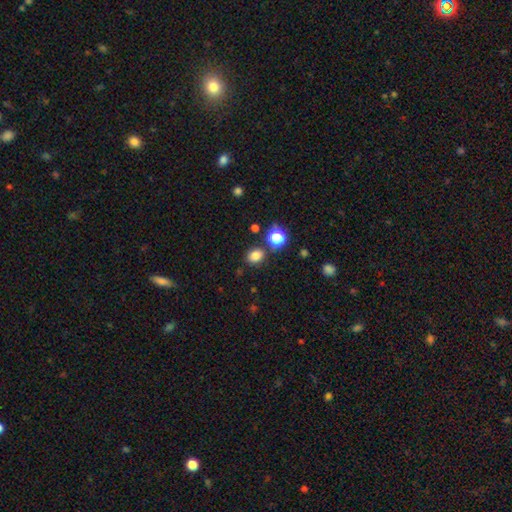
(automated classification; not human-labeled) Smooth or featured? Predicted: smooth (p=0.80). How rounded? Predicted: round (p=0.51). Merging? Predicted: none (p=0.80).